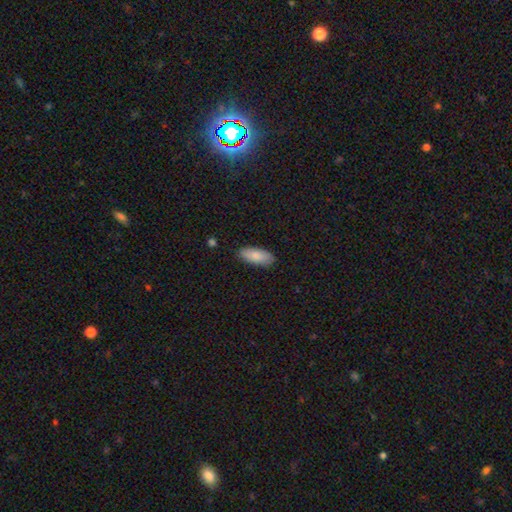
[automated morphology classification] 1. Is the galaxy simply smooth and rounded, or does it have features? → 86% smooth, 8% featured or disk, 6% star or artifact.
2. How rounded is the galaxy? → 83% in between, 15% cigar-shaped, 2% round.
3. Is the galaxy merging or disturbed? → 86% none, 11% minor disturbance, 2% major disturbance, 1% merger.